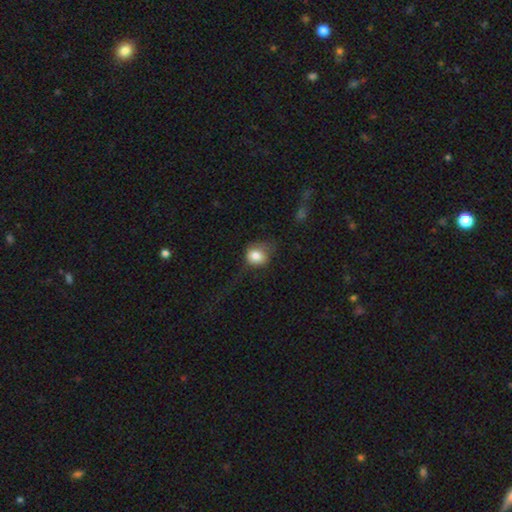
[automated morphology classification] The model was most divided on "merging": none: 37%, major disturbance: 33%, minor disturbance: 27%, merger: 3%. More confident: smooth or featured — smooth (80%); how rounded — round (66%).